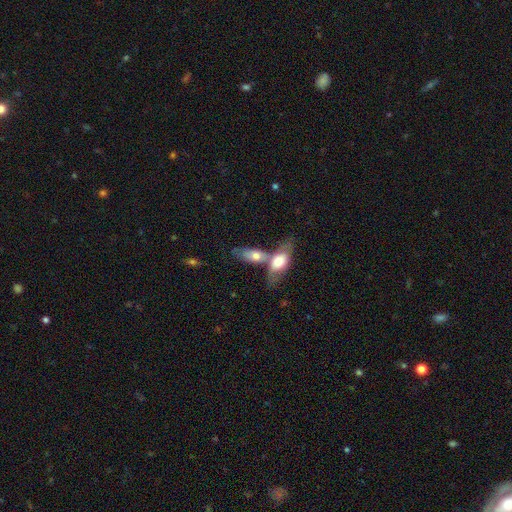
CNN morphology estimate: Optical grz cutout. It shows a smooth galaxy with no disk features (66%) that is in between round and cigar-shaped (82%). Merging: merger (62%).